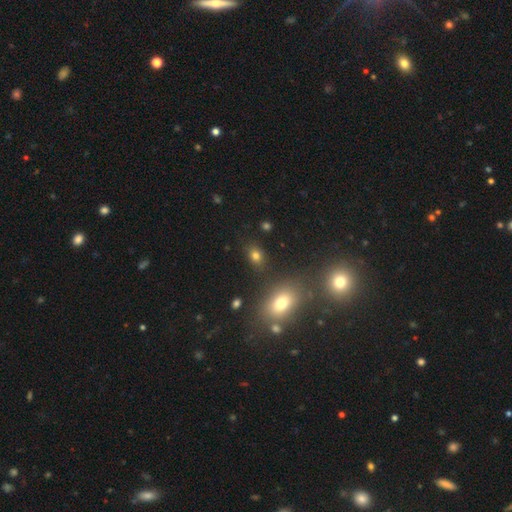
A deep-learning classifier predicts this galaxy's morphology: Smooth or featured? smooth (76%)
How rounded? in between (67%)
Merging? none (81%)